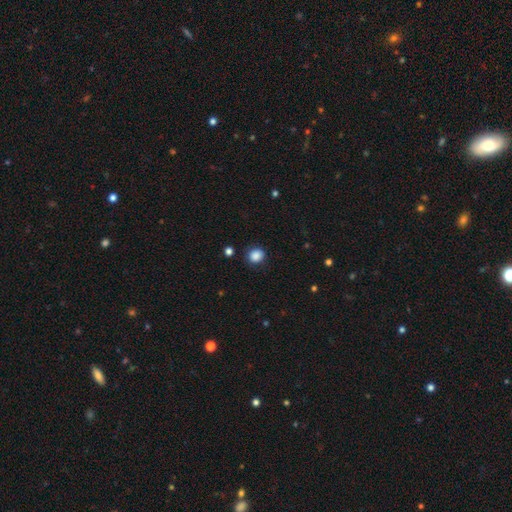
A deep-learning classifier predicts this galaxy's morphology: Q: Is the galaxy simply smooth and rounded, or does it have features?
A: smooth — 87%.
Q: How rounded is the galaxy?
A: round — 78%.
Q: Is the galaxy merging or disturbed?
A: none — 84%.